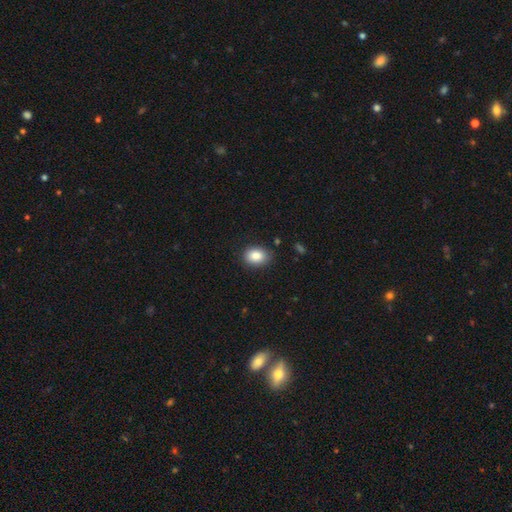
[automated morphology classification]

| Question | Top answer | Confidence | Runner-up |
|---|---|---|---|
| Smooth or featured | smooth | 86% | star or artifact (8%) |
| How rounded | in between | 70% | round (29%) |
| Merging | none | 82% | minor disturbance (13%) |